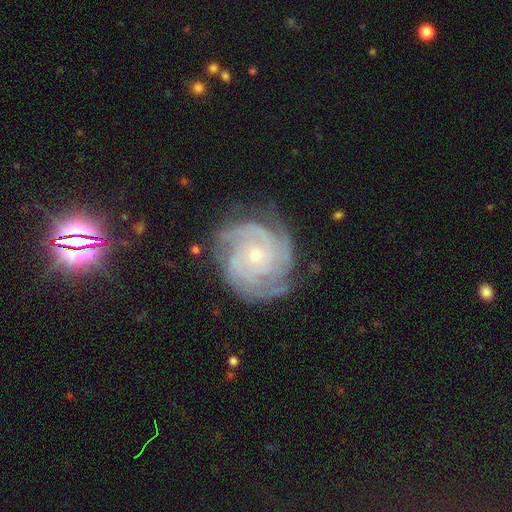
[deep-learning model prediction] This is clearly a featured or disk galaxy (88%). It is clearly not viewed edge-on (98%). Bar: likely no (77%). Spiral arm pattern: clearly yes (97%). Spiral arm count: marginally 3 (33%). Spiral winding: likely tight (75%). Central bulge: likely small (72%). Merging: likely none (75%).